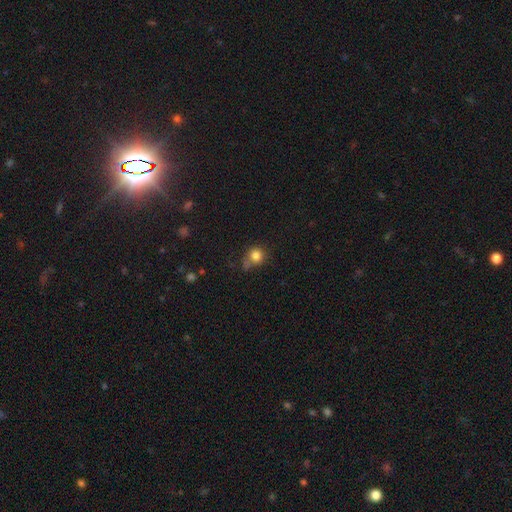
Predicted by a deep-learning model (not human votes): This is clearly a smooth galaxy (82%). How rounded: clearly round (86%). Merging: possibly none (57%).